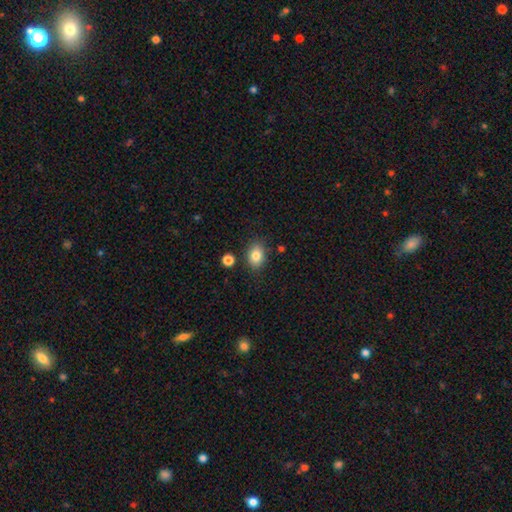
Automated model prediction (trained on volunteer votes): Q: Smooth or featured?
A: smooth (83%); runner-up: star or artifact (9%)
Q: How rounded?
A: in between (69%); runner-up: round (29%)
Q: Merging?
A: none (82%); runner-up: minor disturbance (11%)